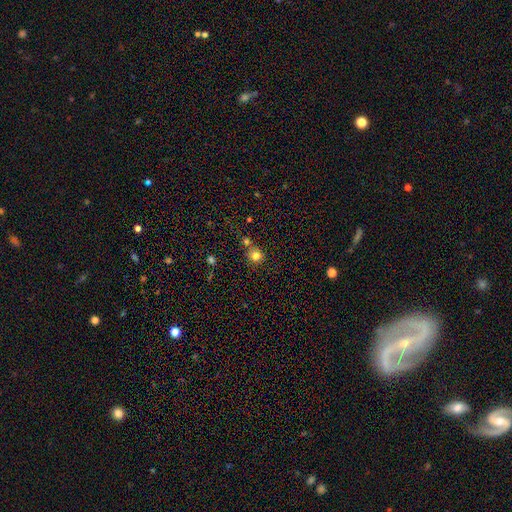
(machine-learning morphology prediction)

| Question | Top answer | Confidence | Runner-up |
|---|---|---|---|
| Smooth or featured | smooth | 79% | star or artifact (14%) |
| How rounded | round | 90% | in between (9%) |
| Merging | none | 69% | merger (19%) |